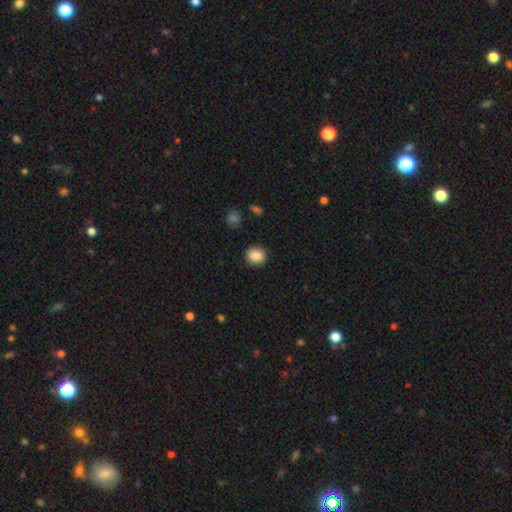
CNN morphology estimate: Q: Smooth or featured?
A: smooth (85%); runner-up: star or artifact (9%)
Q: How rounded?
A: round (82%); runner-up: in between (17%)
Q: Merging?
A: none (89%); runner-up: minor disturbance (7%)